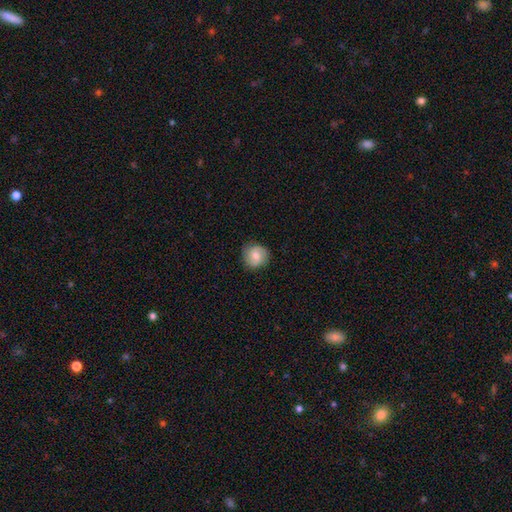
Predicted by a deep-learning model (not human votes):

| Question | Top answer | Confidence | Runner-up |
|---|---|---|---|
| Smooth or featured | smooth | 64% | featured or disk (29%) |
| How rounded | round | 88% | in between (11%) |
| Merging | none | 85% | minor disturbance (11%) |